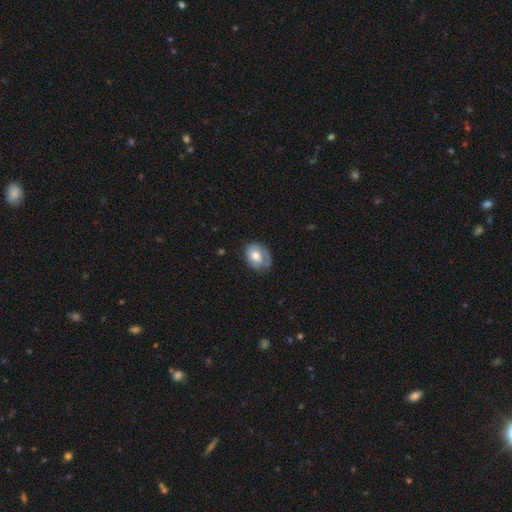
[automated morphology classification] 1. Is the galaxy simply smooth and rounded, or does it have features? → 64% smooth, 29% featured or disk, 7% star or artifact.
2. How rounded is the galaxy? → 64% in between, 35% round, 1% cigar-shaped.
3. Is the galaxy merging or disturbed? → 61% none, 29% minor disturbance, 9% major disturbance, 1% merger.